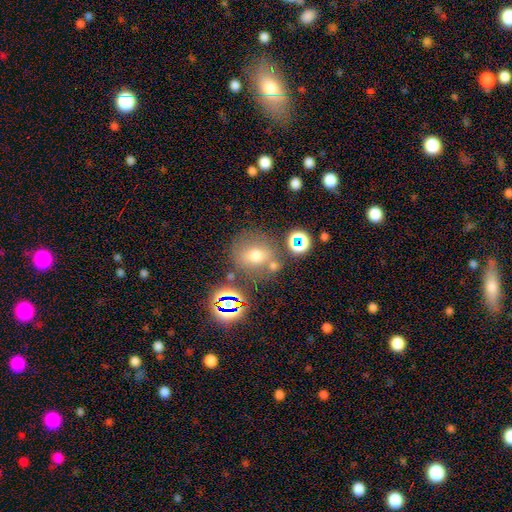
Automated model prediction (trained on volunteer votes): Smooth or featured: smooth — 62% (star or artifact — 22%)
How rounded: round — 77% (in between — 22%)
Merging: none — 62% (minor disturbance — 15%)